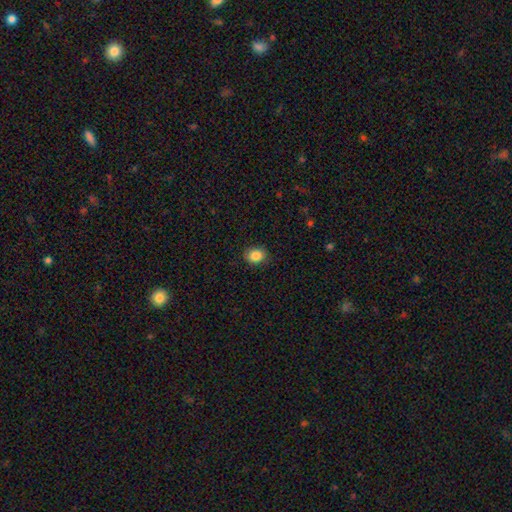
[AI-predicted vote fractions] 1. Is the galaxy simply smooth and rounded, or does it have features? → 87% smooth, 9% star or artifact, 4% featured or disk.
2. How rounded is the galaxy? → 54% round, 45% in between, 1% cigar-shaped.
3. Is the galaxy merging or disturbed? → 86% none, 10% minor disturbance, 2% major disturbance, 1% merger.